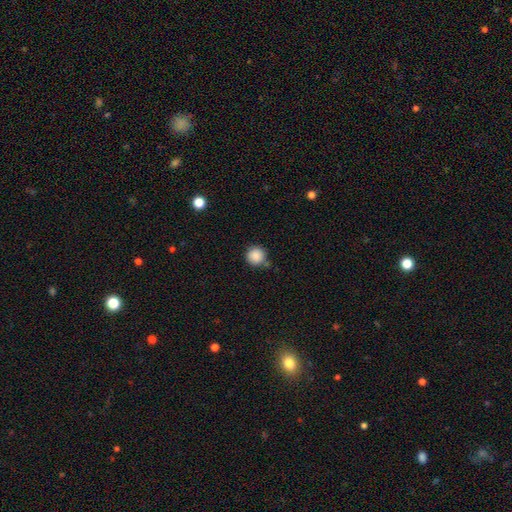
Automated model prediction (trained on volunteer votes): A smooth galaxy with no disk features (88%) that is round (94%). Merging: none (77%).